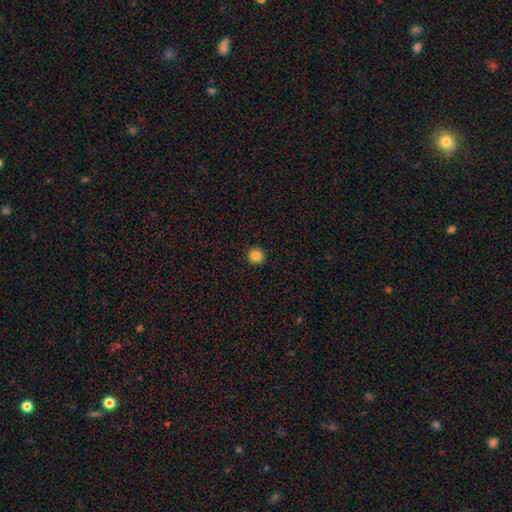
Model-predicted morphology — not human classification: smooth-or-featured: smooth: 85% | star or artifact: 11% | featured or disk: 4%
  how-rounded: round: 94% | in between: 5% | cigar-shaped: 1%
  merging: none: 93% | minor disturbance: 5% | major disturbance: 1% | merger: 1%